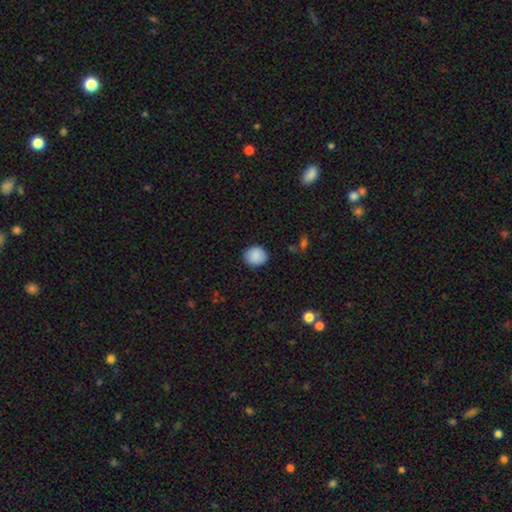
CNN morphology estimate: Smooth or featured? smooth (88%)
How rounded? round (77%)
Merging? none (89%)